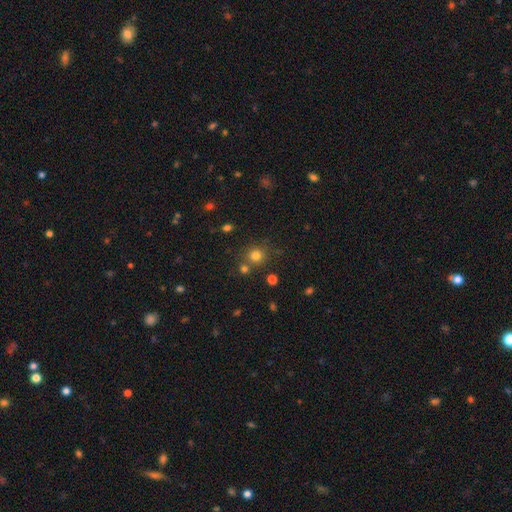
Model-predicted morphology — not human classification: This is likely a smooth galaxy (76%). How rounded: clearly round (89%). Merging: likely none (72%).